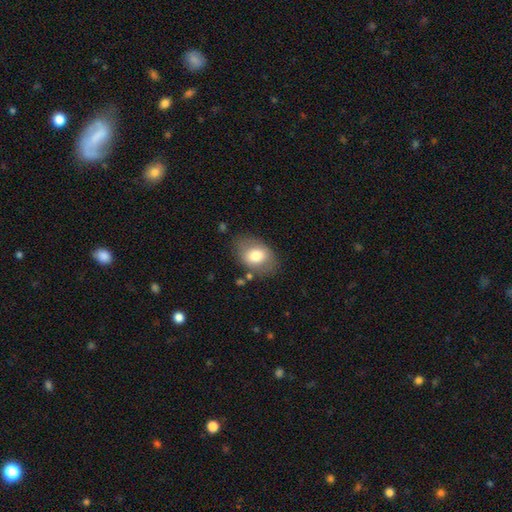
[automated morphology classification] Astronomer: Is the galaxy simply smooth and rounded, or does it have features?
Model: smooth — 73%.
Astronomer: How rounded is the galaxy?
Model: in between — 79%.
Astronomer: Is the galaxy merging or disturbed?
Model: none — 74%.